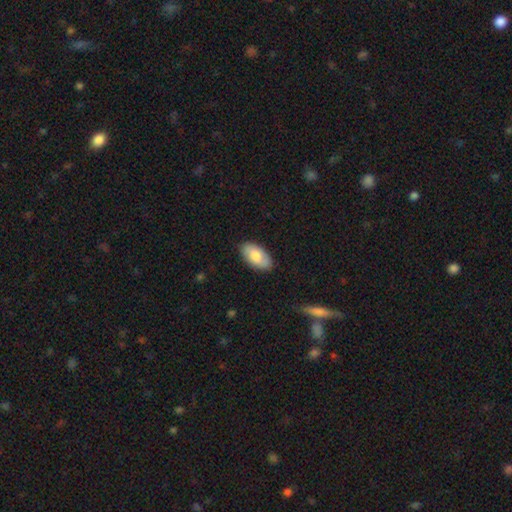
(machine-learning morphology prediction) Q: Smooth or featured?
A: smooth (78%); runner-up: featured or disk (17%)
Q: How rounded?
A: in between (95%); runner-up: round (3%)
Q: Merging?
A: none (85%); runner-up: minor disturbance (11%)